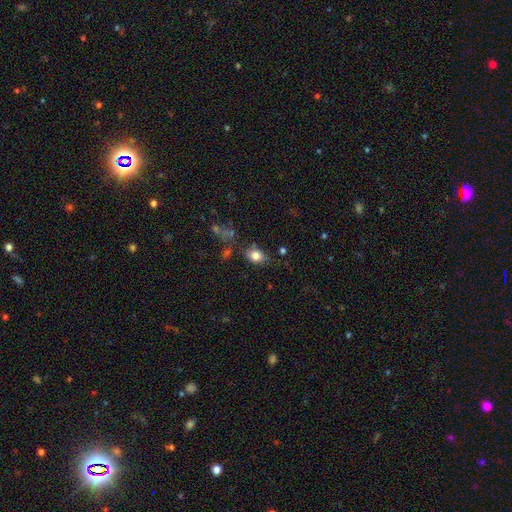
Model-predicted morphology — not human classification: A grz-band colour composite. It shows a smooth galaxy with no disk features (80%) that is in between round and cigar-shaped (72%). Merging: none (72%).